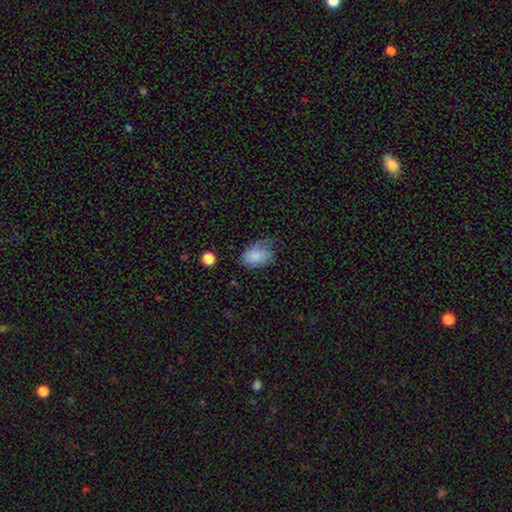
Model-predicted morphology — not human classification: A smooth galaxy with no disk features (73%) that is in between round and cigar-shaped (85%). Merging: none (37%).